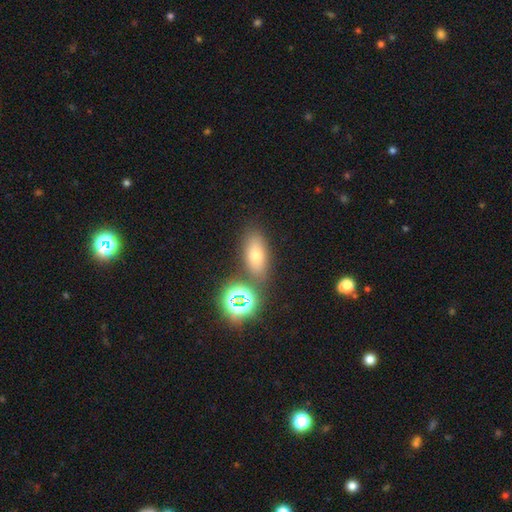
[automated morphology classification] smooth 50%, star or artifact 33%, featured or disk 16%. Down the decision tree: how rounded — in between (75%); merging — none (78%).